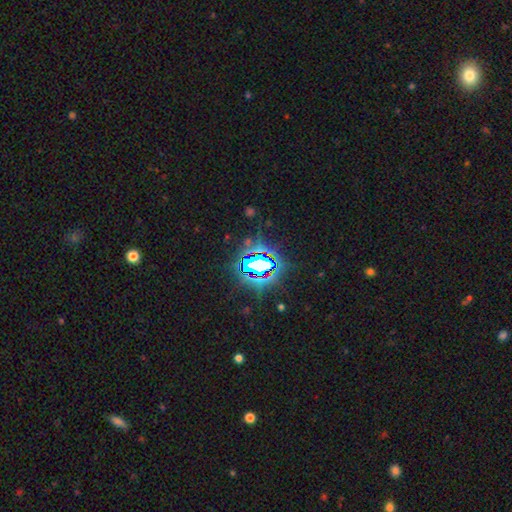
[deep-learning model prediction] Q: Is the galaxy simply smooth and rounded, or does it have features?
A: star or artifact — 81%.